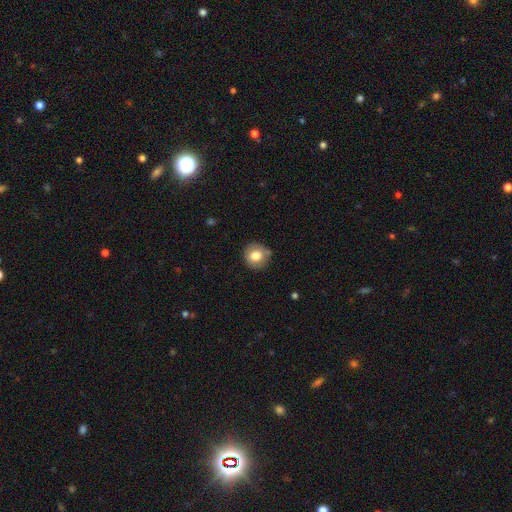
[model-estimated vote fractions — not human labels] A smooth galaxy with no disk features (78%) that is round (90%).

Vote fractions:
- Smooth or featured? smooth: 78% / featured or disk: 13% / star or artifact: 9%
- How rounded? round: 90% / in between: 9% / cigar-shaped: 1%
- Merging? none: 82% / minor disturbance: 13% / major disturbance: 3% / merger: 2%